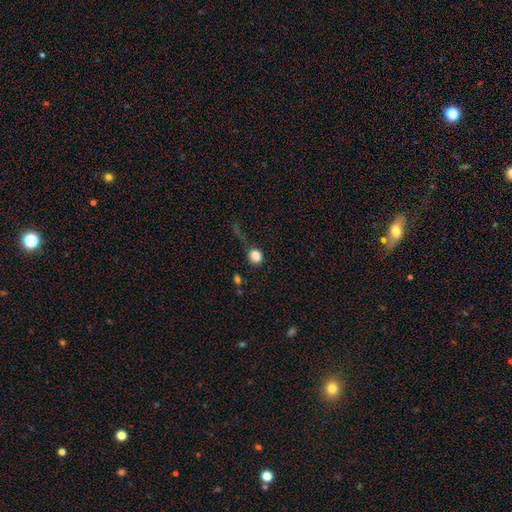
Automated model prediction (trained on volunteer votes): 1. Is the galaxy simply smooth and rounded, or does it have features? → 84% smooth, 11% star or artifact, 5% featured or disk.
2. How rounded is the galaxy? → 76% round, 22% in between, 1% cigar-shaped.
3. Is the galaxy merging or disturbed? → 60% none, 18% minor disturbance, 15% major disturbance, 6% merger.